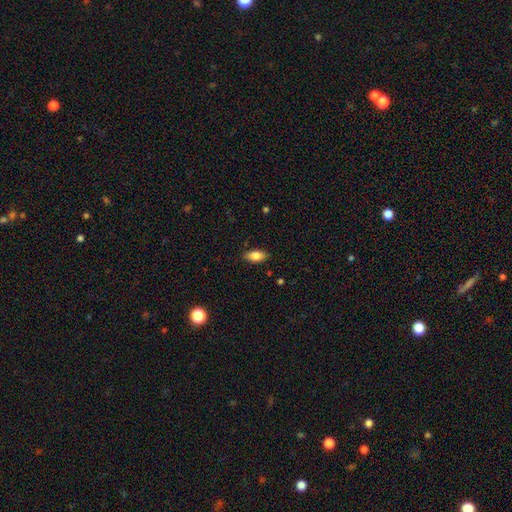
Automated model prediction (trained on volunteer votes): smooth_or_featured: smooth (p=0.83) [alt: featured or disk p=0.09]
how_rounded: in between (p=0.89) [alt: cigar-shaped p=0.07]
merging: none (p=0.85) [alt: minor disturbance p=0.11]